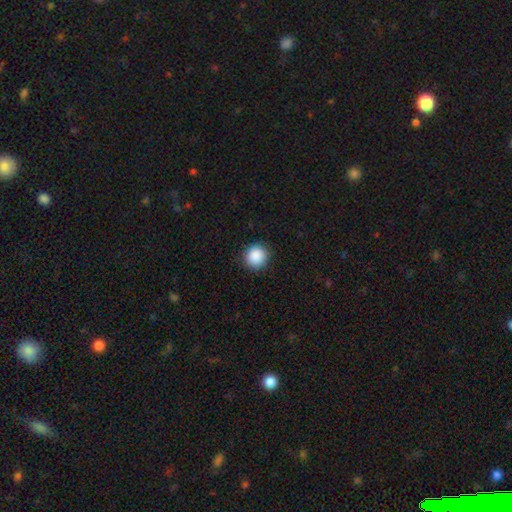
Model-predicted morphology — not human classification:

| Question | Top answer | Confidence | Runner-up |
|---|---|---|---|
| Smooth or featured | smooth | 89% | star or artifact (8%) |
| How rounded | round | 93% | in between (6%) |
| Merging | none | 91% | minor disturbance (7%) |